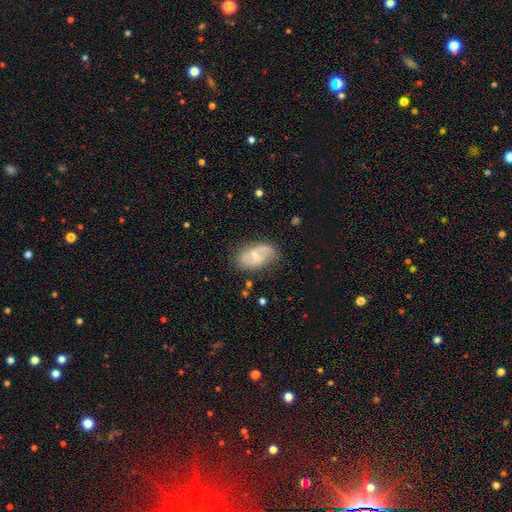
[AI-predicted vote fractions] A featured or disk galaxy (73%) with a weak bar (48%), 2 (77%) medium (47%) spiral arms (88%) and a small central bulge (52%). Merging: none (71%).